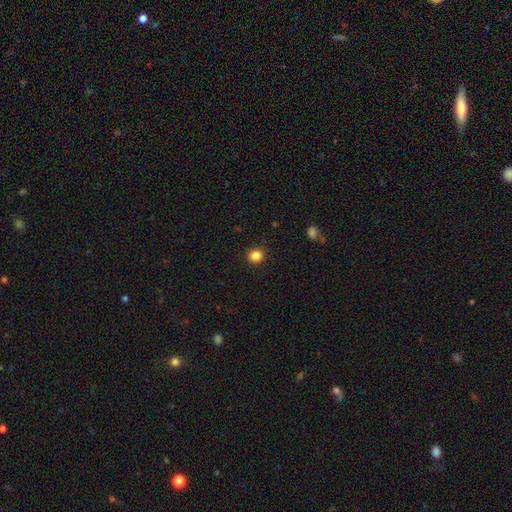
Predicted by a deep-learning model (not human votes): smooth 85%, star or artifact 11%, featured or disk 4%. Down the decision tree: how rounded — round (90%); merging — none (91%).